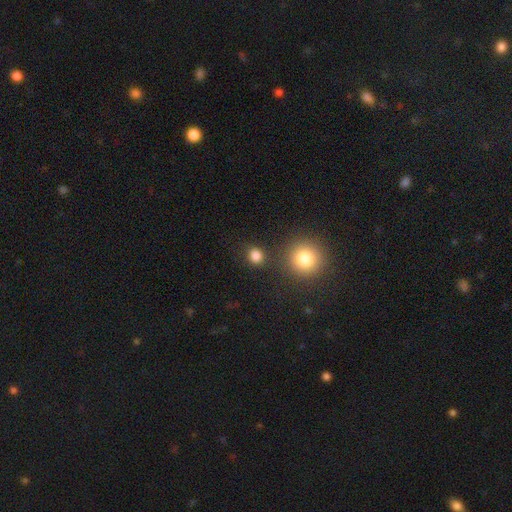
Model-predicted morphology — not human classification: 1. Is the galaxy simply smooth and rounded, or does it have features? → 83% smooth, 13% star or artifact, 4% featured or disk.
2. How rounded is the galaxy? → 79% round, 20% in between, 1% cigar-shaped.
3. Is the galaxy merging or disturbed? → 81% none, 8% minor disturbance, 7% merger, 3% major disturbance.